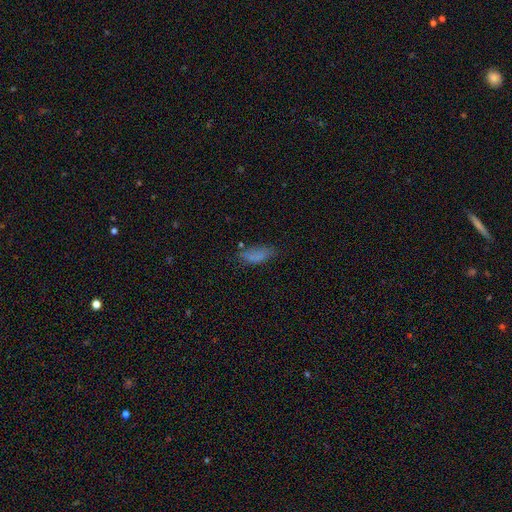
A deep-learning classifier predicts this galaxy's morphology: smooth-or-featured: smooth: 76% | star or artifact: 12% | featured or disk: 11%
  how-rounded: in between: 81% | cigar-shaped: 17% | round: 3%
  merging: none: 58% | minor disturbance: 27% | major disturbance: 12% | merger: 4%